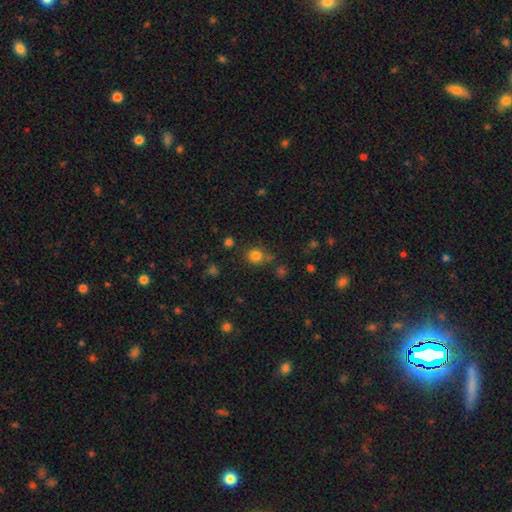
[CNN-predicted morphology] A smooth galaxy with no disk features (80%) that is round (86%).

Vote fractions:
- Smooth or featured? smooth: 80% / star or artifact: 15% / featured or disk: 6%
- How rounded? round: 86% / in between: 13% / cigar-shaped: 1%
- Merging? none: 75% / minor disturbance: 12% / merger: 9% / major disturbance: 4%